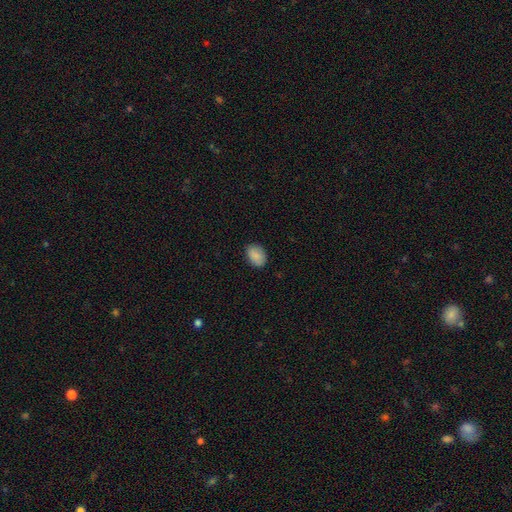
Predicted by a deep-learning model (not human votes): The model was most divided on "how rounded": in between: 76%, round: 23%, cigar-shaped: 1%. More confident: smooth or featured — smooth (87%); merging — none (85%).